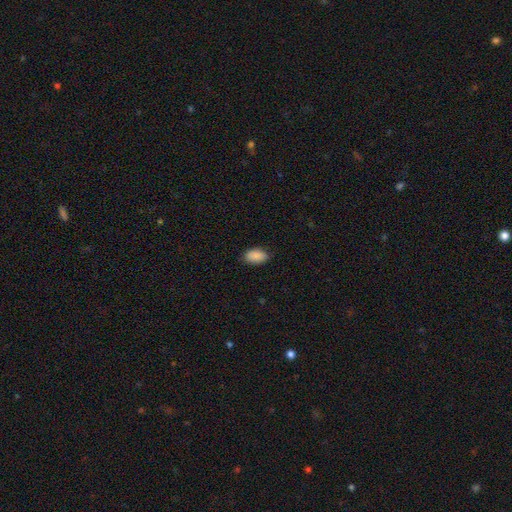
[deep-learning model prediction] This appears to be a smooth galaxy with no disk features (90%) that is in between round and cigar-shaped (93%). Merging: none (83%).